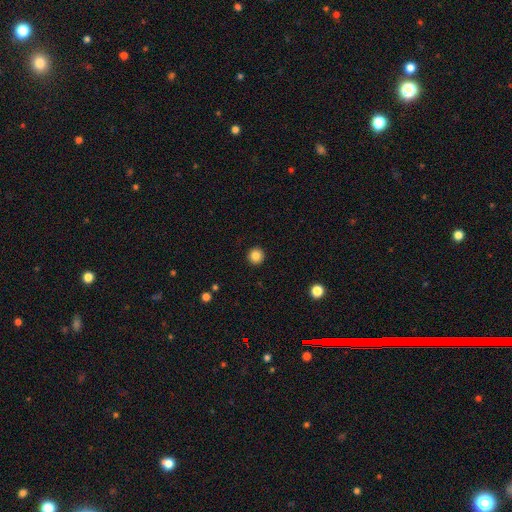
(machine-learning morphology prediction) This appears to be a smooth galaxy with no disk features (85%) that is round (96%). Merging: none (93%).